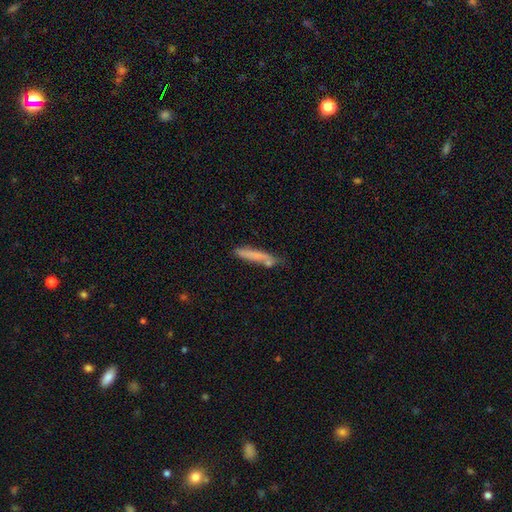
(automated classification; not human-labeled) This is likely a smooth galaxy (70%). How rounded: clearly cigar-shaped (91%). Merging: likely none (65%).